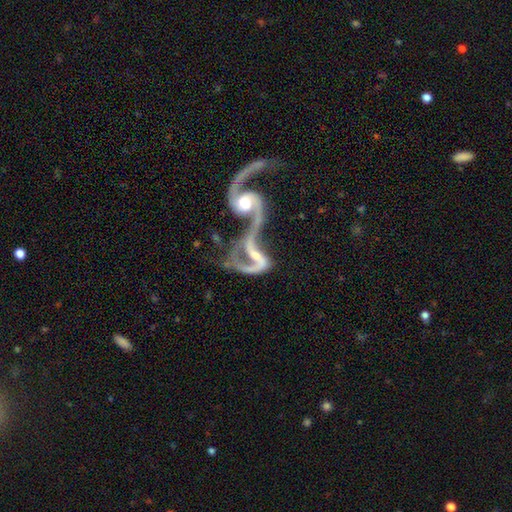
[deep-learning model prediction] Q: Smooth or featured?
A: featured or disk (87%); runner-up: smooth (7%)
Q: Edge-on disk?
A: no (96%); runner-up: yes (4%)
Q: Bar?
A: no (40%); runner-up: weak (35%)
Q: Spiral arms?
A: yes (93%); runner-up: no (7%)
Q: Spiral winding?
A: loose (61%); runner-up: medium (31%)
Q: Spiral arm count?
A: 2 (81%); runner-up: 1 (10%)
Q: Bulge size?
A: moderate (52%); runner-up: small (36%)
Q: Merging?
A: merger (74%); runner-up: major disturbance (11%)